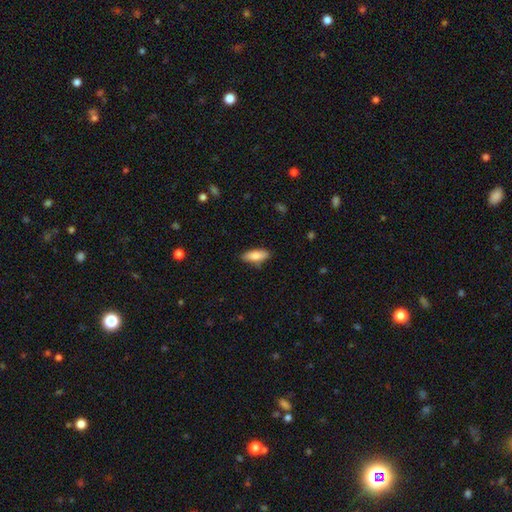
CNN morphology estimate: Smooth or featured?
  - smooth: 83% *
  - featured or disk: 10%
  - star or artifact: 6%
How rounded?
  - in between: 73% *
  - cigar-shaped: 25%
  - round: 2%
Merging?
  - none: 83% *
  - minor disturbance: 13%
  - major disturbance: 2%
  - merger: 2%